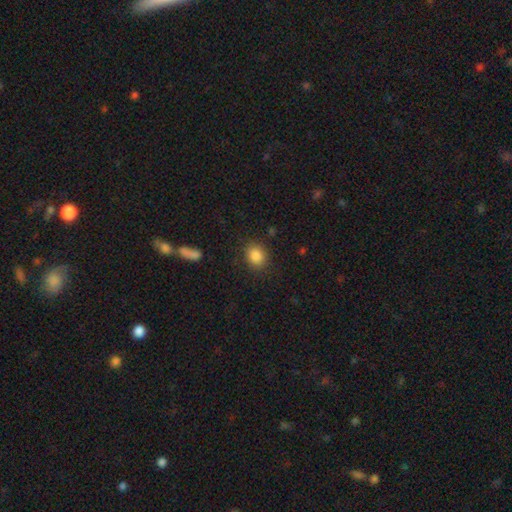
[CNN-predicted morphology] Smooth or featured? smooth (86%)
How rounded? round (59%)
Merging? none (85%)